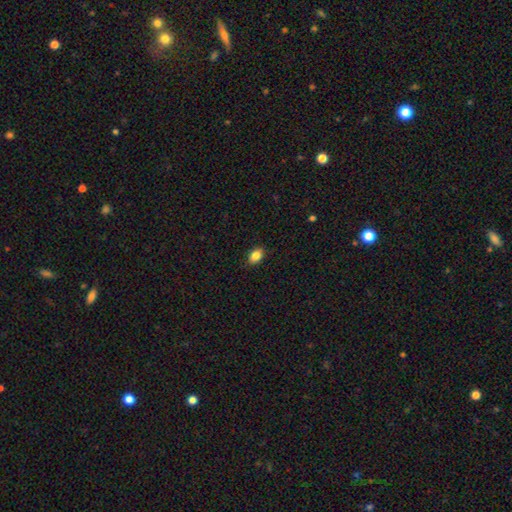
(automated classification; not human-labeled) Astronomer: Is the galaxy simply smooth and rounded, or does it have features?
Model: smooth — 85%.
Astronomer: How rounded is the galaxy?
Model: in between — 82%.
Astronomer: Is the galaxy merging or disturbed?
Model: none — 86%.